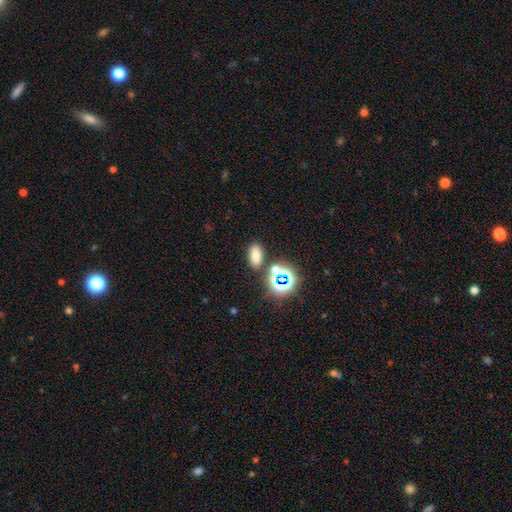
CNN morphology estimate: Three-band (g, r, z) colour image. It shows a smooth galaxy with no disk features (69%) that is in between round and cigar-shaped (82%). Merging: none (81%).